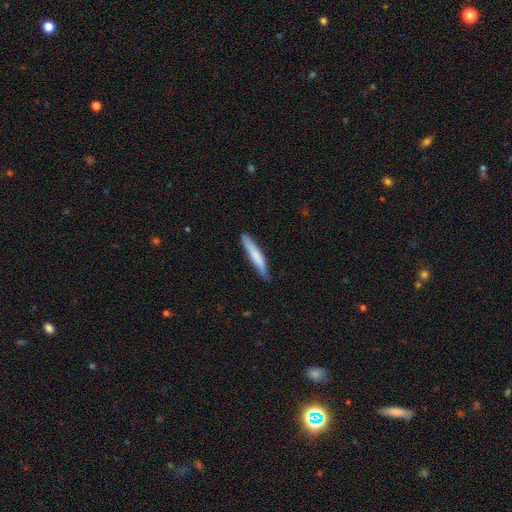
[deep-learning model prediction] Smooth or featured: smooth — 71% (featured or disk — 24%)
How rounded: cigar-shaped — 93% (in between — 6%)
Merging: none — 80% (minor disturbance — 17%)